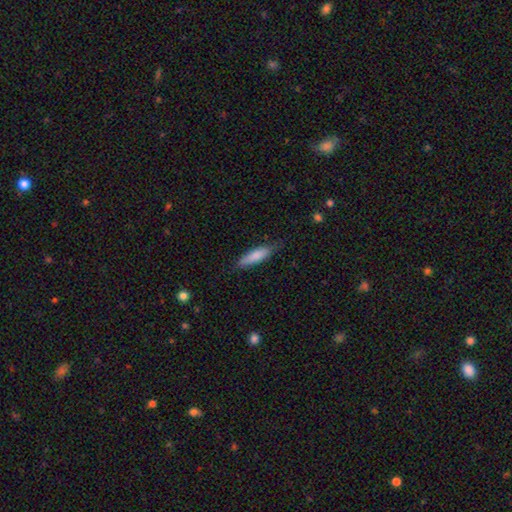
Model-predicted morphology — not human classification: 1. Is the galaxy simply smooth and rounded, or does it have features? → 82% smooth, 13% featured or disk, 6% star or artifact.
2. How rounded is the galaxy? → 68% cigar-shaped, 31% in between, 2% round.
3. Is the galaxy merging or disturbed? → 77% none, 18% minor disturbance, 3% major disturbance, 1% merger.